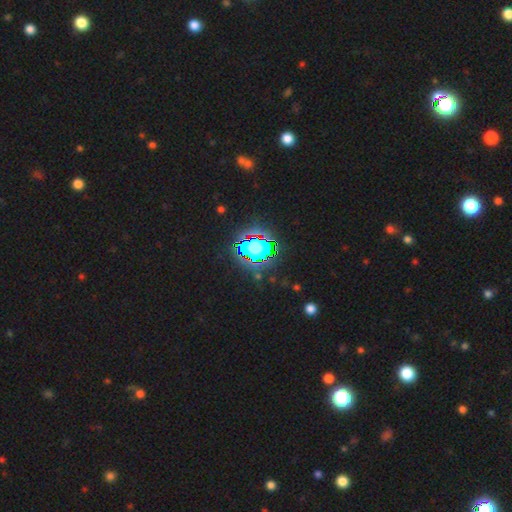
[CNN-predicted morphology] A star or artifact, not a galaxy (78%).

Vote fractions:
- Smooth or featured? star or artifact: 78% / smooth: 13% / featured or disk: 8%